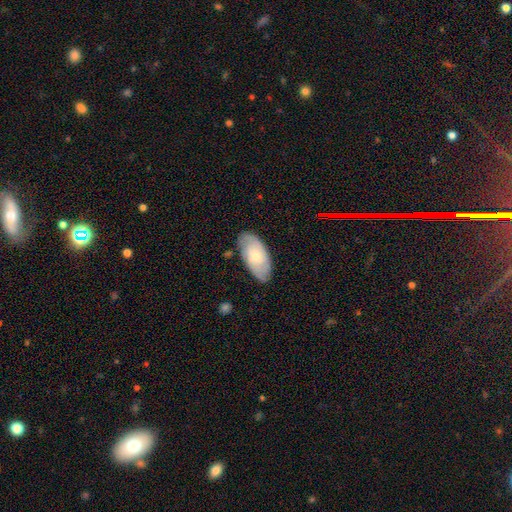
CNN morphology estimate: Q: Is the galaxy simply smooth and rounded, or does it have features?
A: featured or disk — 51%.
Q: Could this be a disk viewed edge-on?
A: no — 91%.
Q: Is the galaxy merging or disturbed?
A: none — 78%.